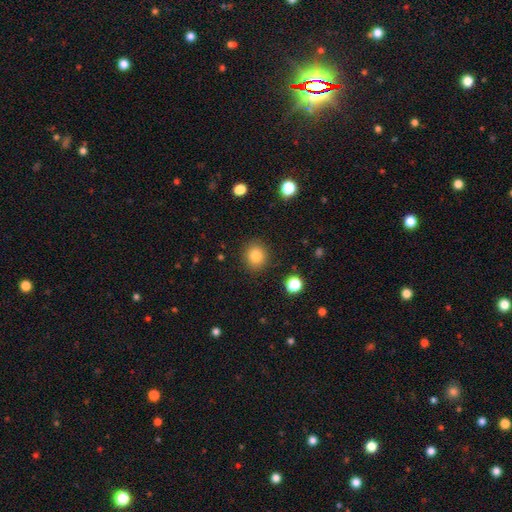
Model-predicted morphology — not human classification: Smooth or featured? smooth (83%)
How rounded? round (83%)
Merging? none (89%)